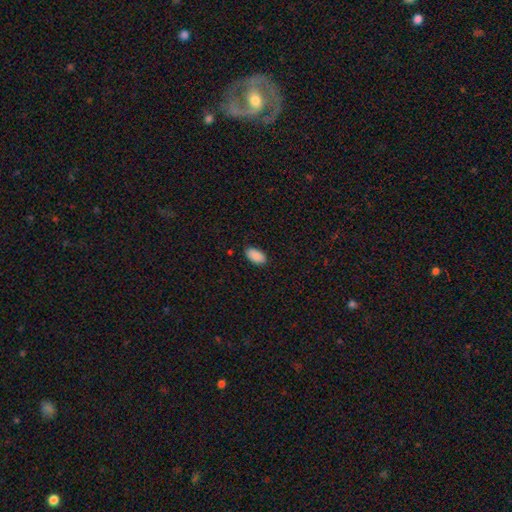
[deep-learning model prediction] This appears to be a smooth galaxy with no disk features (90%) that is in between round and cigar-shaped (95%). Merging: none (87%).